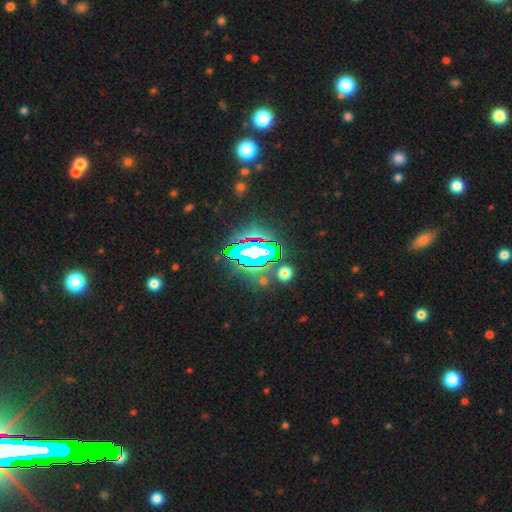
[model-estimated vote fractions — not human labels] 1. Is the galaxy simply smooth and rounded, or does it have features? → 80% star or artifact, 12% smooth, 9% featured or disk.